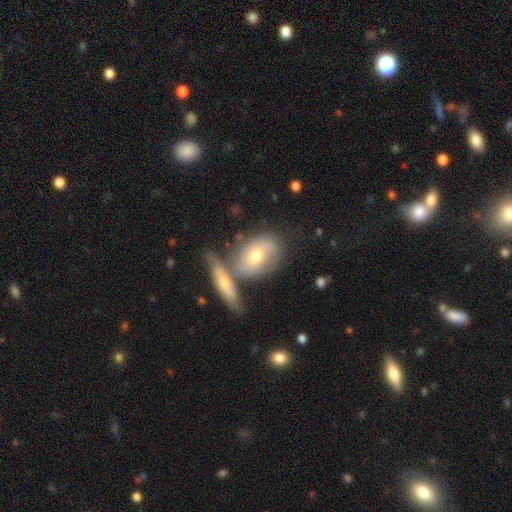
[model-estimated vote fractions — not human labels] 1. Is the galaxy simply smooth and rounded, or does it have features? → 48% featured or disk, 46% smooth, 6% star or artifact.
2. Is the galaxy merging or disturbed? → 43% none, 36% merger, 15% minor disturbance, 6% major disturbance.